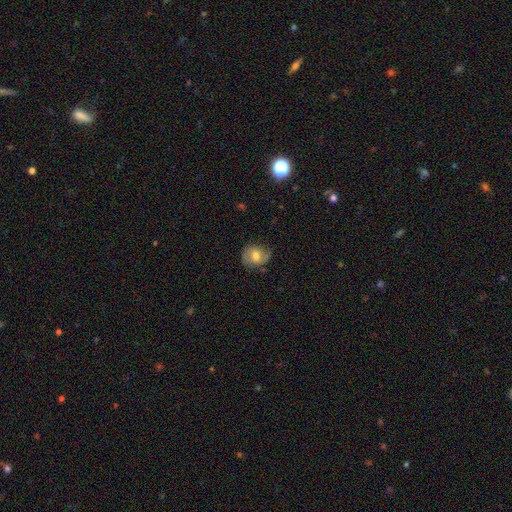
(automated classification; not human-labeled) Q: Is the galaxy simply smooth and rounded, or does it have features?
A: smooth — 47%.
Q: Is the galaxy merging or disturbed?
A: none — 70%.